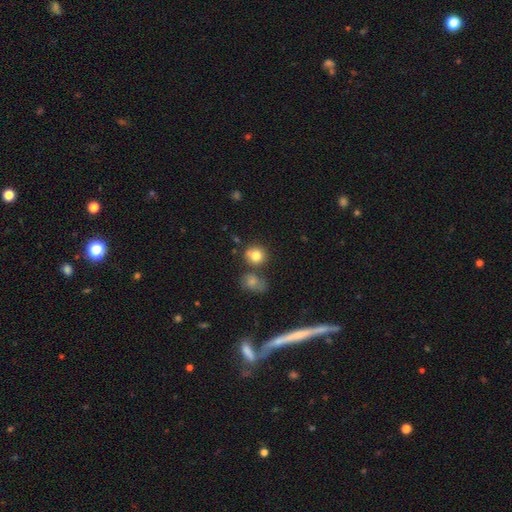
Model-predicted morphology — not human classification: smooth 80%, star or artifact 11%, featured or disk 9%. Down the decision tree: how rounded — round (83%); merging — none (66%).